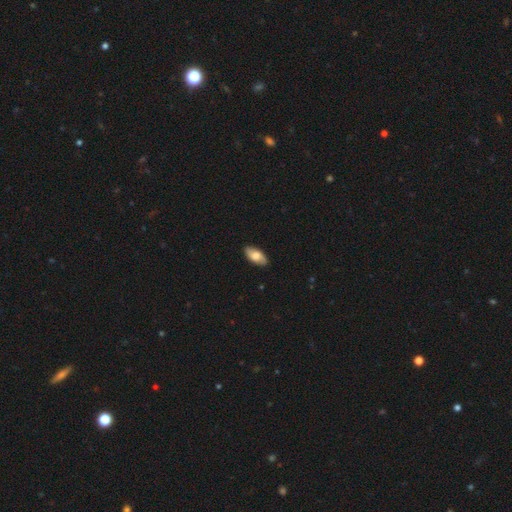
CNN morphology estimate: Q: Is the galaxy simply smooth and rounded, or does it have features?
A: smooth — 70%.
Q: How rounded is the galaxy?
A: in between — 91%.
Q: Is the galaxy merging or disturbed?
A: none — 88%.